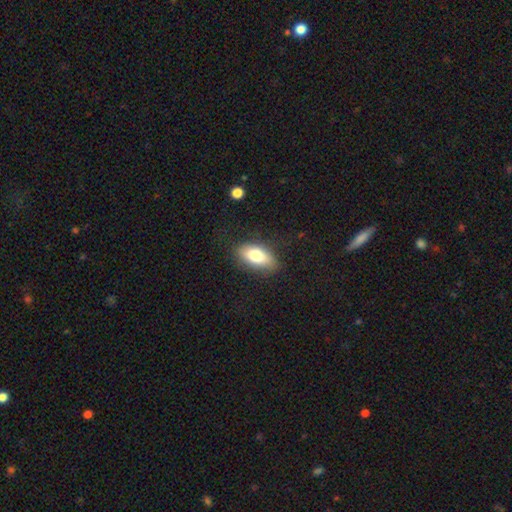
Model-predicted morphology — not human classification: smooth-or-featured: smooth: 76% | featured or disk: 16% | star or artifact: 7%
  how-rounded: in between: 88% | cigar-shaped: 7% | round: 5%
  merging: none: 81% | minor disturbance: 14% | major disturbance: 4% | merger: 1%